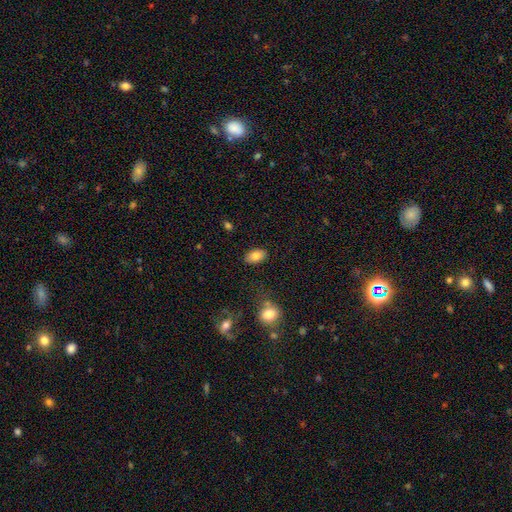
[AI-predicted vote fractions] Q: Smooth or featured?
A: smooth (83%); runner-up: featured or disk (9%)
Q: How rounded?
A: in between (91%); runner-up: round (7%)
Q: Merging?
A: none (85%); runner-up: minor disturbance (10%)